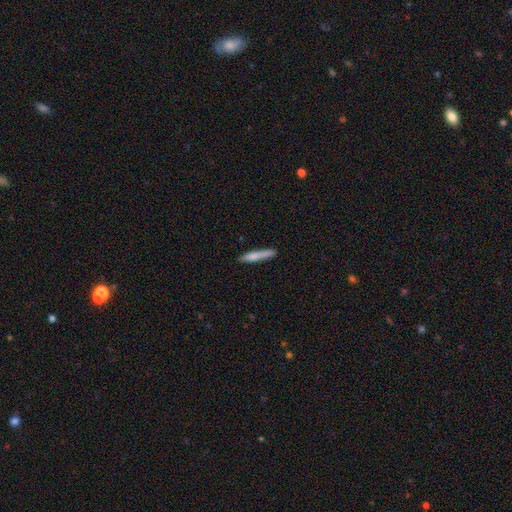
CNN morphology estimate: A smooth galaxy with no disk features (74%) that is cigar-shaped (93%).

Vote fractions:
- Smooth or featured? smooth: 74% / featured or disk: 19% / star or artifact: 6%
- How rounded? cigar-shaped: 93% / in between: 6% / round: 1%
- Merging? none: 79% / minor disturbance: 15% / merger: 3% / major disturbance: 3%